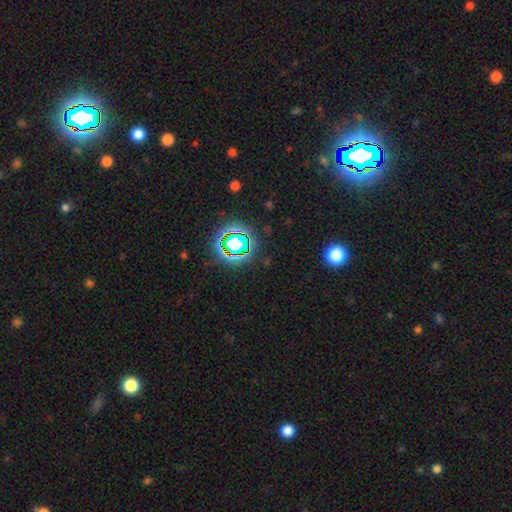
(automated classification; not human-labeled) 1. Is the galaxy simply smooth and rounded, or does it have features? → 79% star or artifact, 12% smooth, 9% featured or disk.